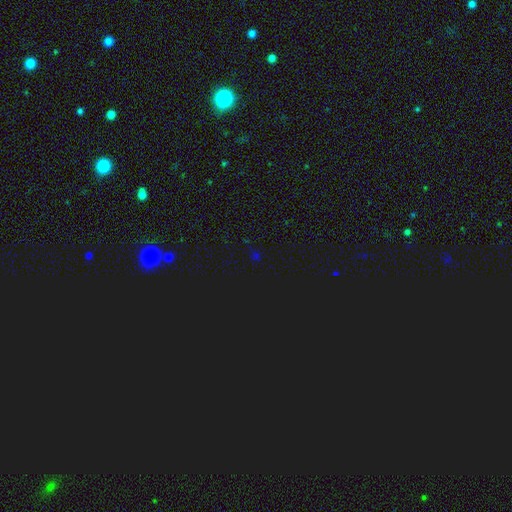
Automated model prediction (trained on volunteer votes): smooth-or-featured: star or artifact: 70% | smooth: 24% | featured or disk: 6%